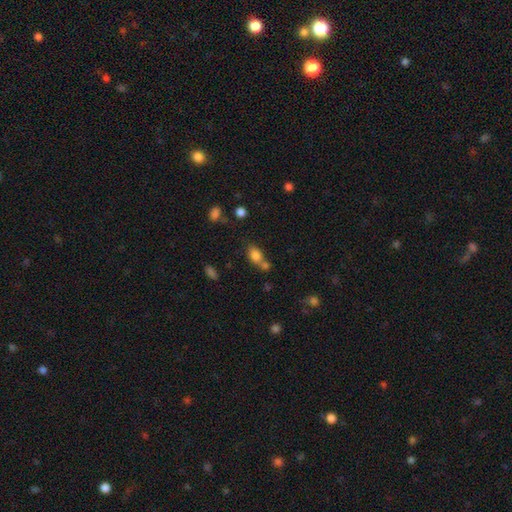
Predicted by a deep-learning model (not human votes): smooth_or_featured: smooth (p=0.80) [alt: star or artifact p=0.11]
how_rounded: in between (p=0.70) [alt: round p=0.27]
merging: merger (p=0.41) [alt: none p=0.40]